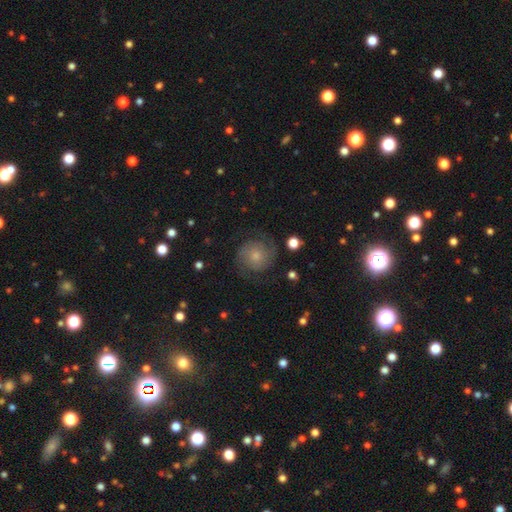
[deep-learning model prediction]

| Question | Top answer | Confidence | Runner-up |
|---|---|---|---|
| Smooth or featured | featured or disk | 74% | smooth (18%) |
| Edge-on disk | no | 98% | yes (2%) |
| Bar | no | 76% | weak (21%) |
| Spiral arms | yes | 95% | no (5%) |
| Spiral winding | tight | 43% | medium (42%) |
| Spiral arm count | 2 | 85% | can't tell (6%) |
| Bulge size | small | 56% | moderate (33%) |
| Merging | none | 78% | minor disturbance (13%) |